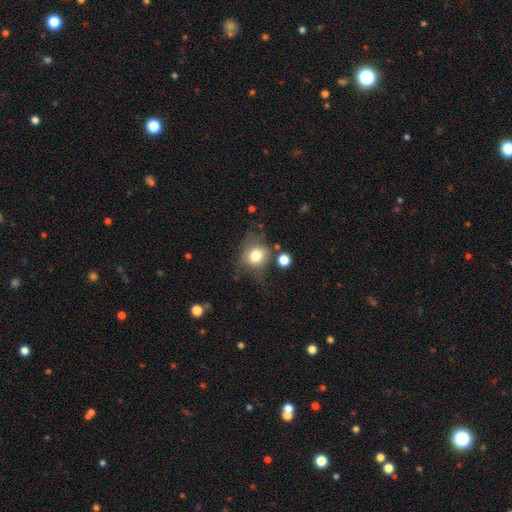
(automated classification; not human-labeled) Q: Smooth or featured?
A: smooth (75%); runner-up: featured or disk (14%)
Q: How rounded?
A: round (68%); runner-up: in between (31%)
Q: Merging?
A: none (50%); runner-up: minor disturbance (26%)